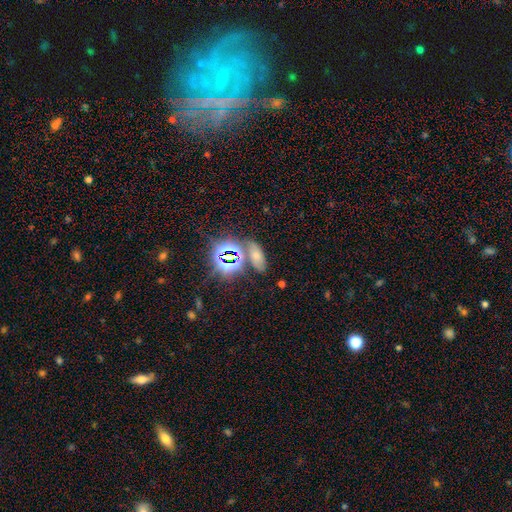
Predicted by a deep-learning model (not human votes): A smooth galaxy with no disk features (49%).

Vote fractions:
- Smooth or featured? smooth: 49% / star or artifact: 37% / featured or disk: 14%
- Merging? none: 66% / minor disturbance: 15% / merger: 13% / major disturbance: 6%